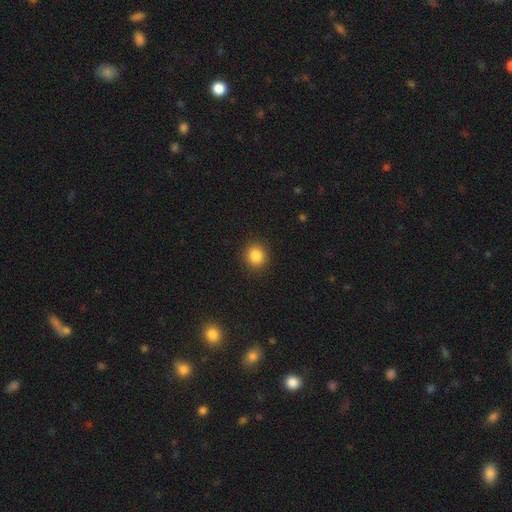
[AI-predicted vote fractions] Smooth or featured? smooth (85%)
How rounded? round (88%)
Merging? none (91%)